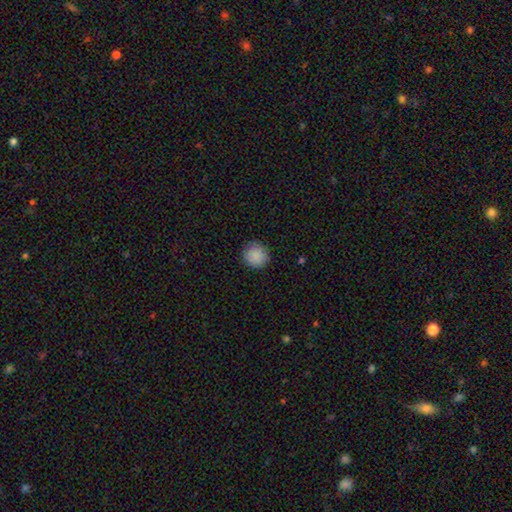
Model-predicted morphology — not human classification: Q: Smooth or featured?
A: smooth (89%); runner-up: star or artifact (8%)
Q: How rounded?
A: round (92%); runner-up: in between (7%)
Q: Merging?
A: none (90%); runner-up: minor disturbance (7%)